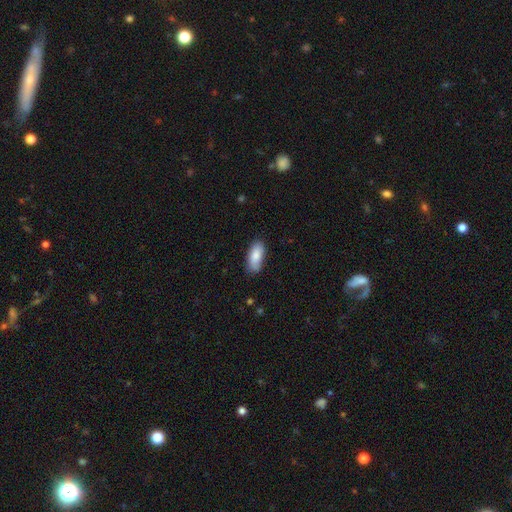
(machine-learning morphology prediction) The model was most divided on "merging": none: 79%, minor disturbance: 17%, major disturbance: 3%, merger: 1%. More confident: how rounded — in between (87%); smooth or featured — smooth (86%).